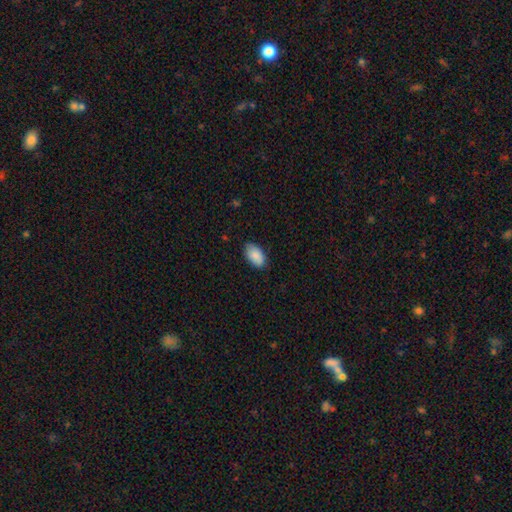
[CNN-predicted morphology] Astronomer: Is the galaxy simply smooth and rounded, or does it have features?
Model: smooth — 89%.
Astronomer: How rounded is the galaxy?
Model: in between — 95%.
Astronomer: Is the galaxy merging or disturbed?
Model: none — 80%.